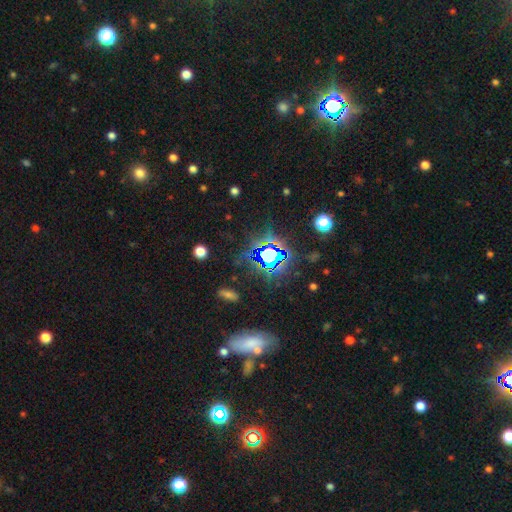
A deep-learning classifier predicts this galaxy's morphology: star or artifact 73%, smooth 16%, featured or disk 11%.